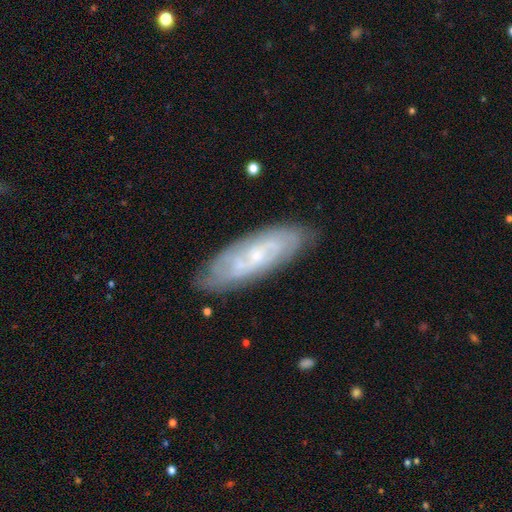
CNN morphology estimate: Smooth or featured: featured or disk — 73% (smooth — 20%)
Edge-on disk: no — 84% (yes — 16%)
Bar: no — 58% (weak — 35%)
Spiral arms: yes — 88% (no — 12%)
Spiral winding: tight — 61% (medium — 30%)
Spiral arm count: can't tell — 52% (2 — 23%)
Bulge size: small — 71% (moderate — 21%)
Merging: none — 80% (minor disturbance — 15%)